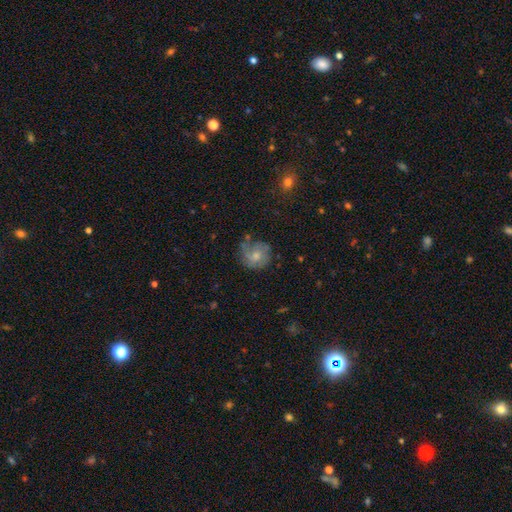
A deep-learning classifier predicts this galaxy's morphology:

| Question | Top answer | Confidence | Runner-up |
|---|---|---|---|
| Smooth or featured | smooth | 48% | featured or disk (43%) |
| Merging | none | 54% | minor disturbance (27%) |